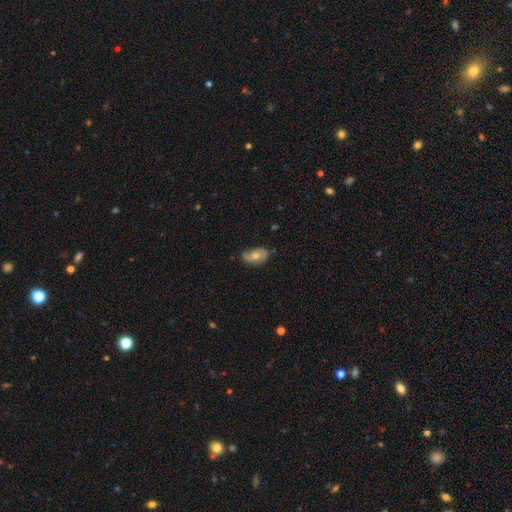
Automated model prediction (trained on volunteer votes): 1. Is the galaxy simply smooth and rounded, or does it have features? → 55% smooth, 38% featured or disk, 8% star or artifact.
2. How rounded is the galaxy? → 89% in between, 8% round, 3% cigar-shaped.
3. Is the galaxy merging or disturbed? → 65% none, 28% minor disturbance, 5% major disturbance, 1% merger.